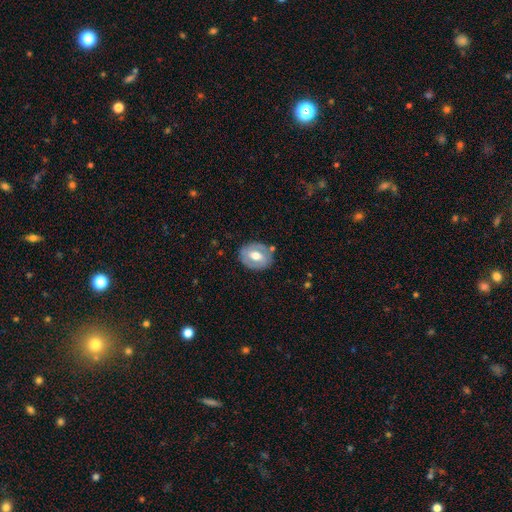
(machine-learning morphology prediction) Q: Smooth or featured?
A: featured or disk (51%); runner-up: smooth (43%)
Q: Edge-on disk?
A: no (93%); runner-up: yes (7%)
Q: Merging?
A: none (78%); runner-up: minor disturbance (15%)